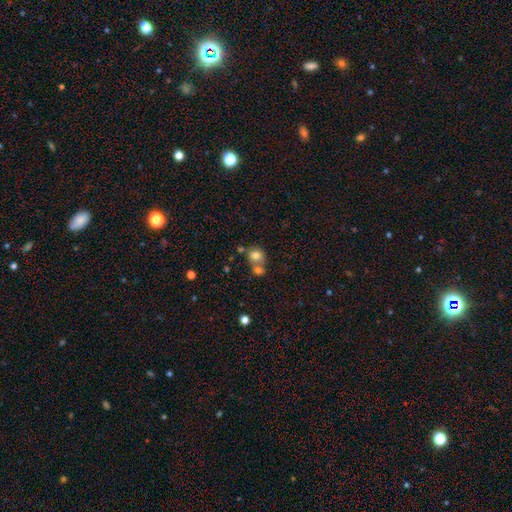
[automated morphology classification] The model was most divided on "merging": merger: 49%, none: 37%, minor disturbance: 9%, major disturbance: 4%. More confident: smooth or featured — smooth (77%); how rounded — round (70%).